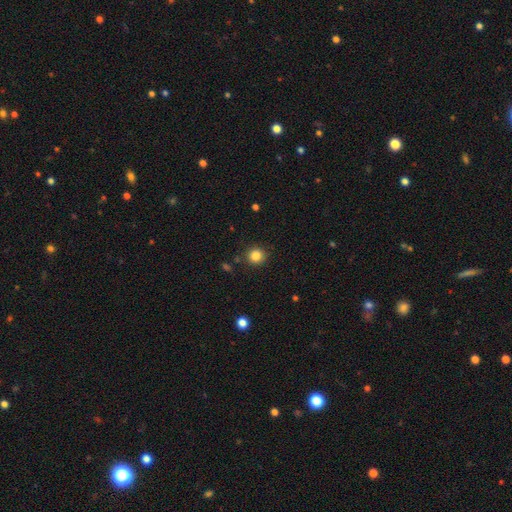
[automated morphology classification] smooth_or_featured: smooth (p=0.84) [alt: star or artifact p=0.11]
how_rounded: round (p=0.92) [alt: in between p=0.08]
merging: none (p=0.89) [alt: minor disturbance p=0.07]